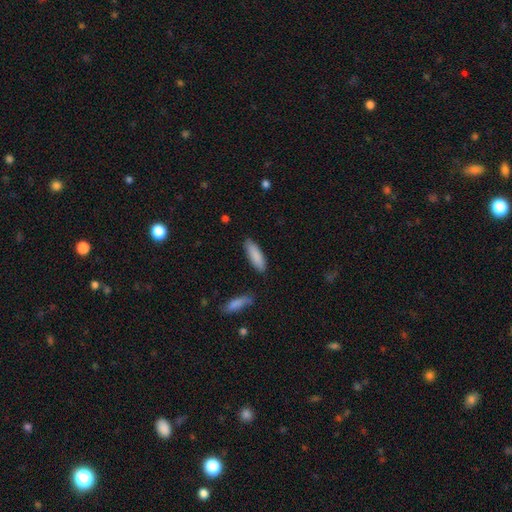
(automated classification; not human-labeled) smooth 87%, featured or disk 8%, star or artifact 6%. Down the decision tree: how rounded — in between (54%); merging — none (84%).